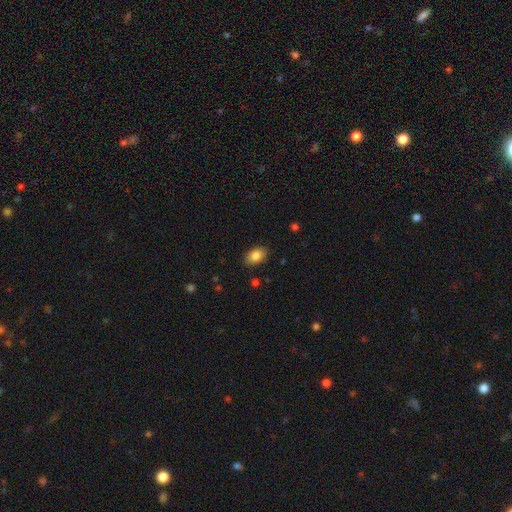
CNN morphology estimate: Smooth or featured? smooth (85%)
How rounded? in between (87%)
Merging? none (86%)